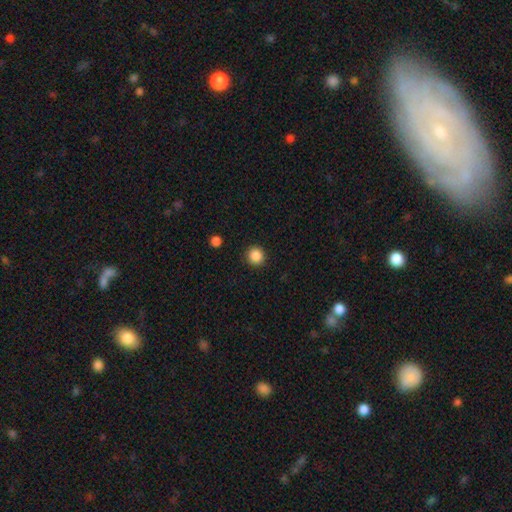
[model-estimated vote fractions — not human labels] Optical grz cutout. It shows a smooth galaxy with no disk features (87%) that is round (95%). Merging: none (92%).